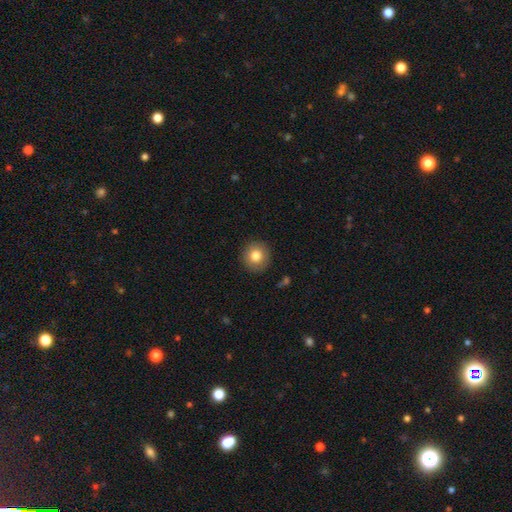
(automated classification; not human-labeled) Q: Smooth or featured?
A: smooth (81%); runner-up: featured or disk (10%)
Q: How rounded?
A: round (93%); runner-up: in between (6%)
Q: Merging?
A: none (90%); runner-up: minor disturbance (7%)